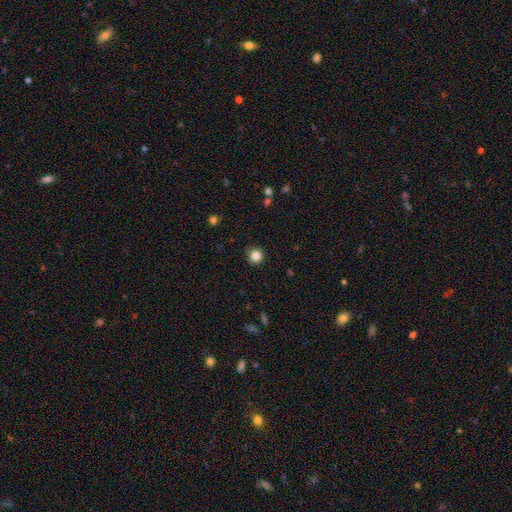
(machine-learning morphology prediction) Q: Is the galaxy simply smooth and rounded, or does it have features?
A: smooth — 84%.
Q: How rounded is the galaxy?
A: round — 92%.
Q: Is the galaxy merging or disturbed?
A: none — 88%.